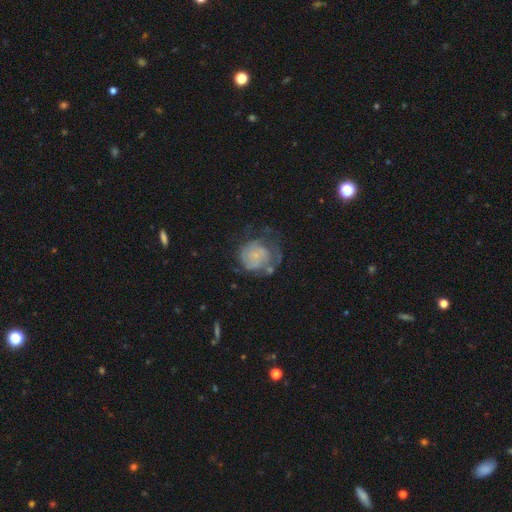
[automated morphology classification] Q: Smooth or featured?
A: featured or disk (54%); runner-up: smooth (38%)
Q: Edge-on disk?
A: no (98%); runner-up: yes (2%)
Q: Bar?
A: no (83%); runner-up: weak (15%)
Q: Spiral arms?
A: yes (65%); runner-up: no (35%)
Q: Bulge size?
A: small (69%); runner-up: none (16%)
Q: Merging?
A: none (35%); runner-up: major disturbance (34%)